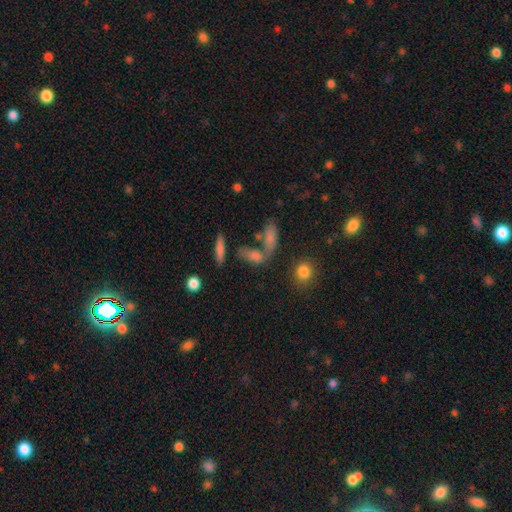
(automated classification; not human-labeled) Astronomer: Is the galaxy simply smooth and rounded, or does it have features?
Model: smooth — 39% (runner-up: star or artifact, 37%).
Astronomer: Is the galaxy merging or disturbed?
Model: none — 44% (runner-up: merger, 32%).